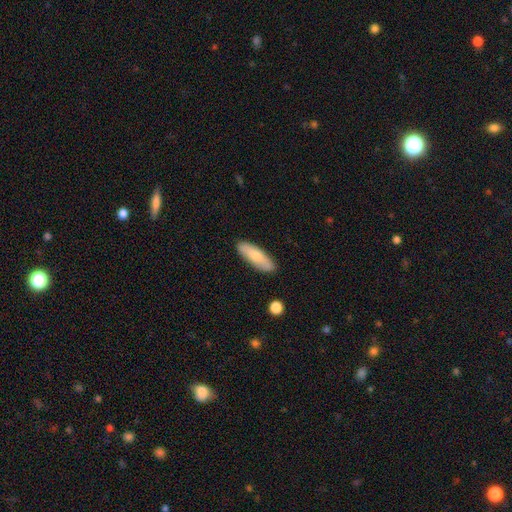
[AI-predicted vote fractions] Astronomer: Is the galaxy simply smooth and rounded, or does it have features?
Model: smooth — 77%.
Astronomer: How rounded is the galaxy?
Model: in between — 54% (runner-up: cigar-shaped, 44%).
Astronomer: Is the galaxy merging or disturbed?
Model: none — 86%.